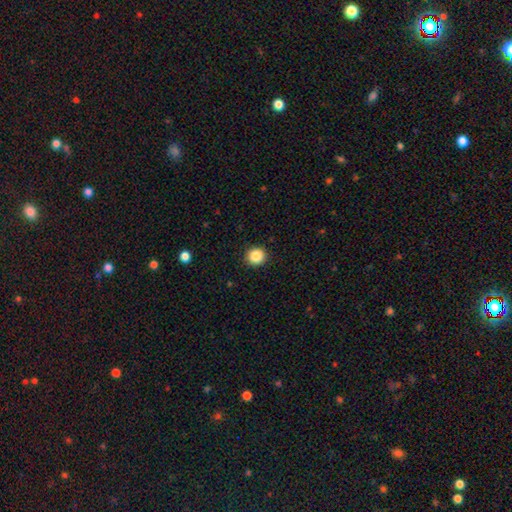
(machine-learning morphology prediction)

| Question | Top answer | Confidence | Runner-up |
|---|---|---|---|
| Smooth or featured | smooth | 87% | star or artifact (9%) |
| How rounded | round | 92% | in between (7%) |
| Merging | none | 92% | minor disturbance (5%) |